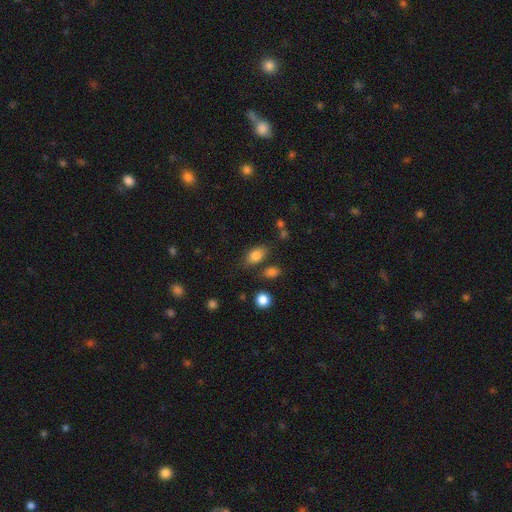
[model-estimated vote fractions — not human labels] A smooth galaxy with no disk features (83%) that is in between round and cigar-shaped (86%). Merging: none (71%).